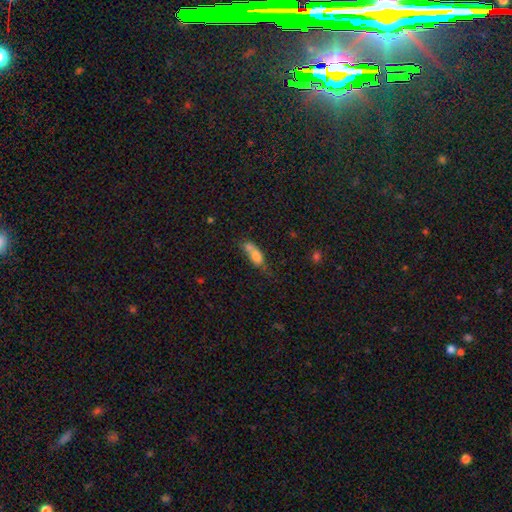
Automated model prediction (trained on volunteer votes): smooth-or-featured: smooth: 70% | featured or disk: 19% | star or artifact: 11%
  how-rounded: in between: 68% | cigar-shaped: 18% | round: 14%
  merging: merger: 54% | none: 24% | minor disturbance: 14% | major disturbance: 9%